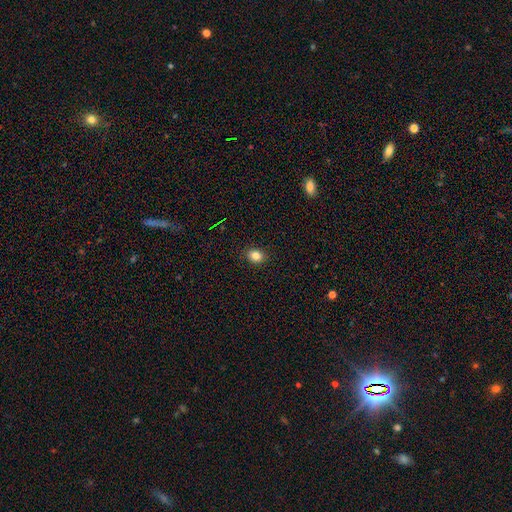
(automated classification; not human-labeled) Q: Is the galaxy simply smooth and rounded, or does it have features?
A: smooth — 83%.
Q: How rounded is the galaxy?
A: in between — 51%.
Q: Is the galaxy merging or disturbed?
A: none — 90%.